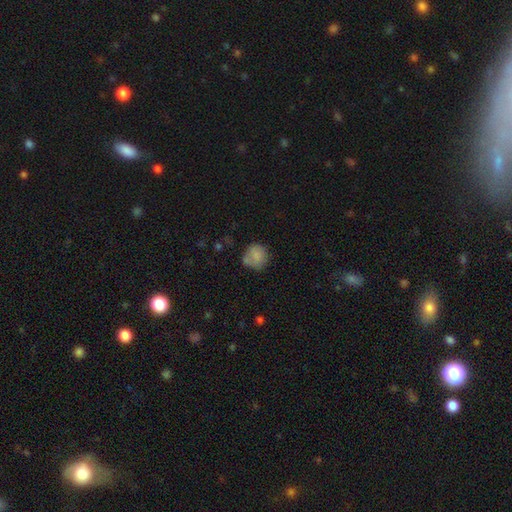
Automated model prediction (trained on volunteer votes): Q: Smooth or featured?
A: smooth (80%); runner-up: featured or disk (11%)
Q: How rounded?
A: round (85%); runner-up: in between (14%)
Q: Merging?
A: none (58%); runner-up: minor disturbance (23%)